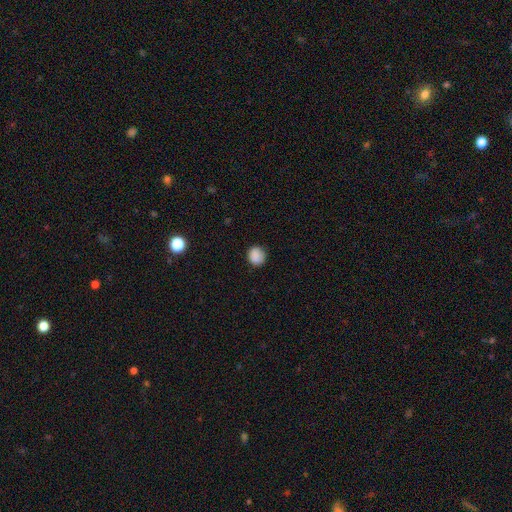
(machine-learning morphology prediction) A smooth galaxy with no disk features (87%) that is round (83%).

Vote fractions:
- Smooth or featured? smooth: 87% / star or artifact: 9% / featured or disk: 3%
- How rounded? round: 83% / in between: 16% / cigar-shaped: 1%
- Merging? none: 87% / minor disturbance: 10% / major disturbance: 2% / merger: 1%